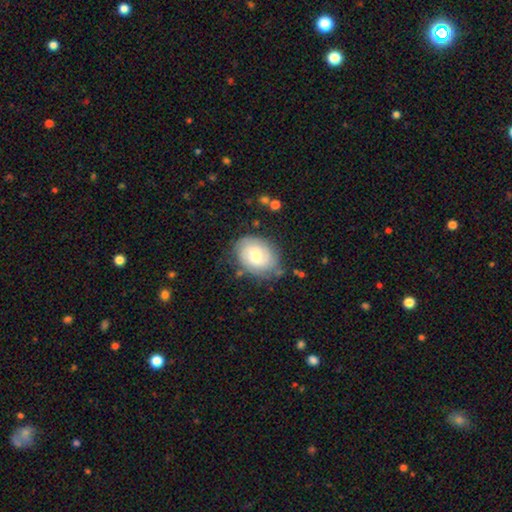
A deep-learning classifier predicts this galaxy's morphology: smooth_or_featured: featured or disk (p=0.55) [alt: smooth p=0.39]
disk_edge_on: no (p=0.96) [alt: yes p=0.04]
bar: no (p=0.51) [alt: weak p=0.43]
has_spiral_arms: yes (p=0.83) [alt: no p=0.17]
bulge_size: moderate (p=0.63) [alt: small p=0.24]
merging: none (p=0.71) [alt: minor disturbance p=0.21]